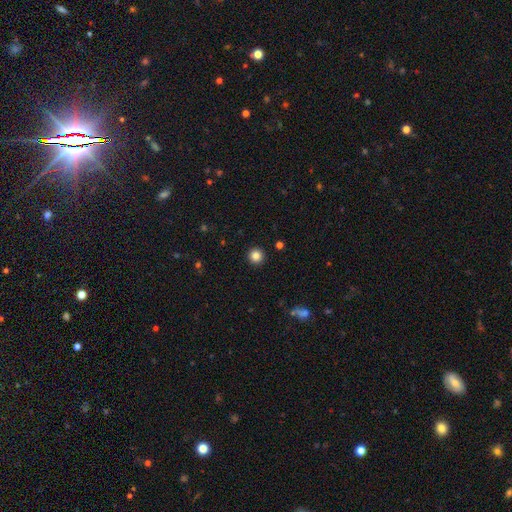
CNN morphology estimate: Overall: smooth (84%). How rounded: round (96%). Merging: none (93%).